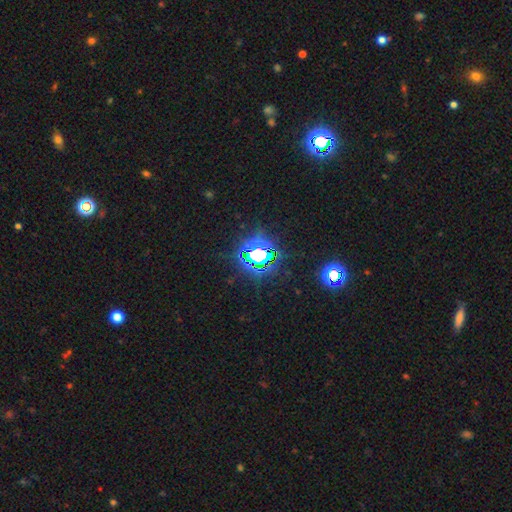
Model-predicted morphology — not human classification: smooth-or-featured: star or artifact: 81% | smooth: 12% | featured or disk: 8%